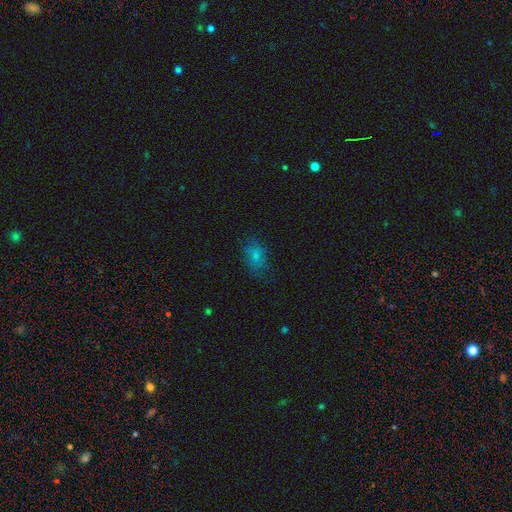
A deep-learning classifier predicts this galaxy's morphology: smooth-or-featured: smooth: 66% | star or artifact: 20% | featured or disk: 15%
  how-rounded: in between: 78% | round: 20% | cigar-shaped: 2%
  merging: none: 73% | minor disturbance: 19% | major disturbance: 7% | merger: 1%